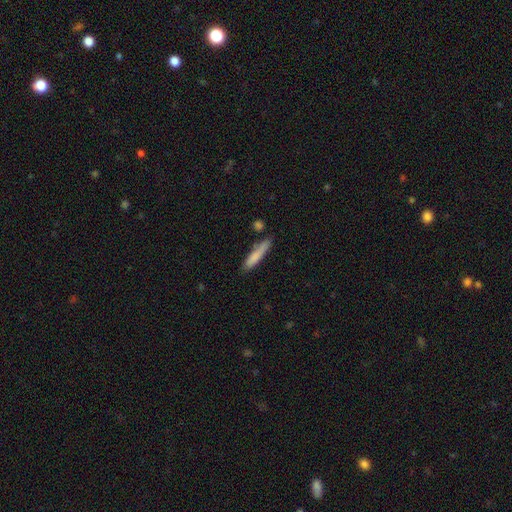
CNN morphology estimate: The model was most divided on "merging": none: 70%, minor disturbance: 19%, merger: 7%, major disturbance: 4%. More confident: how rounded — cigar-shaped (87%); smooth or featured — smooth (79%).